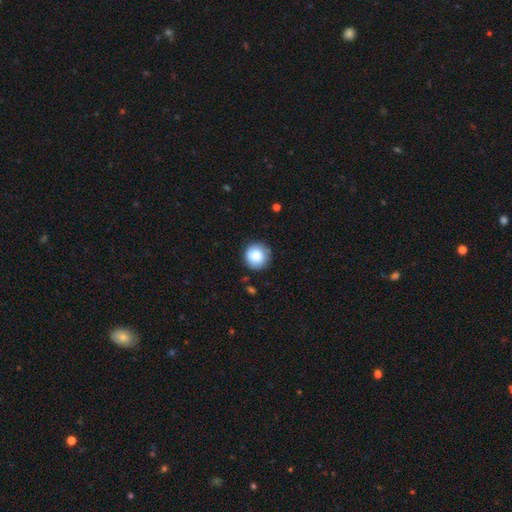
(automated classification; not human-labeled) Smooth or featured?
  - smooth: 83% *
  - featured or disk: 9%
  - star or artifact: 8%
How rounded?
  - round: 91% *
  - in between: 8%
  - cigar-shaped: 1%
Merging?
  - none: 79% *
  - minor disturbance: 16%
  - major disturbance: 4%
  - merger: 2%